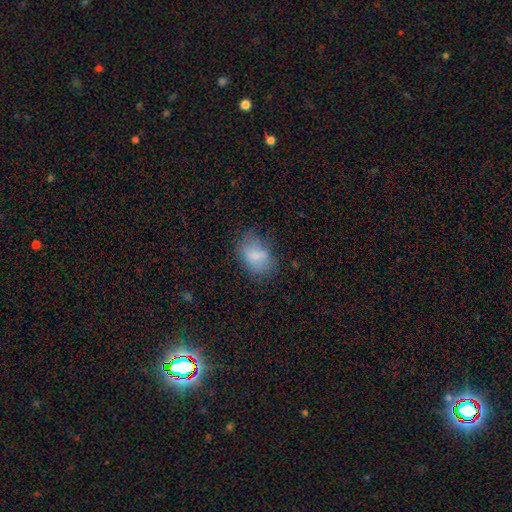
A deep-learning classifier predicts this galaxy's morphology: Smooth or featured?
  - smooth: 77% *
  - featured or disk: 14%
  - star or artifact: 9%
How rounded?
  - in between: 81% *
  - round: 17%
  - cigar-shaped: 1%
Merging?
  - none: 58% *
  - minor disturbance: 27%
  - major disturbance: 12%
  - merger: 3%